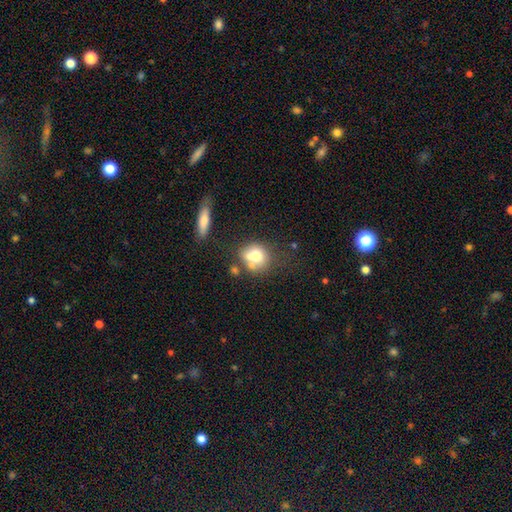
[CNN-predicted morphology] Overall: smooth (68%). How rounded: round (72%). Merging: none (40%; merger 38%).